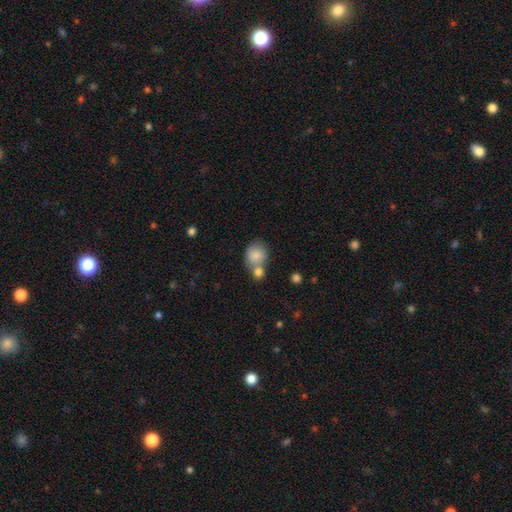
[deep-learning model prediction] smooth-or-featured: smooth: 84% | featured or disk: 9% | star or artifact: 8%
  how-rounded: round: 73% | in between: 26% | cigar-shaped: 1%
  merging: none: 42% (tied) | merger: 42% (tied) | minor disturbance: 12% | major disturbance: 4%